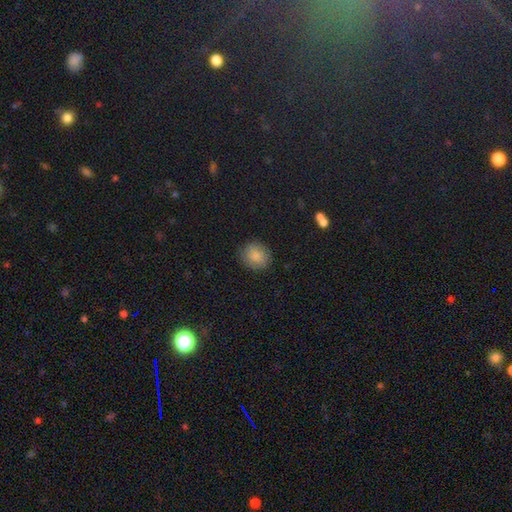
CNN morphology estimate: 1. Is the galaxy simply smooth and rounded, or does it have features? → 86% smooth, 8% star or artifact, 6% featured or disk.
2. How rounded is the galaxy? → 77% round, 22% in between, 1% cigar-shaped.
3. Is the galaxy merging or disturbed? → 86% none, 10% minor disturbance, 3% major disturbance, 1% merger.